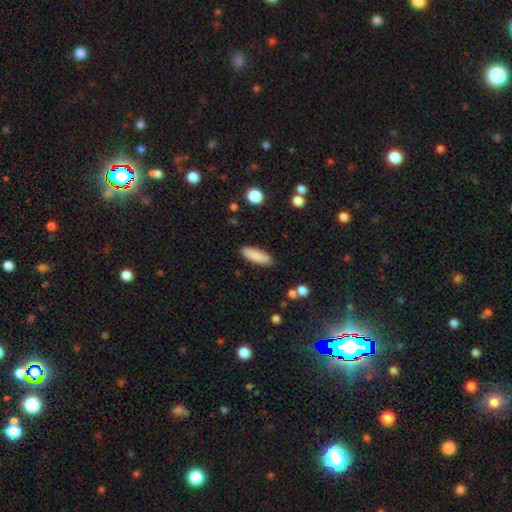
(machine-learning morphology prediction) This is clearly a smooth galaxy (86%). How rounded: possibly in between (51%). Merging: clearly none (87%).